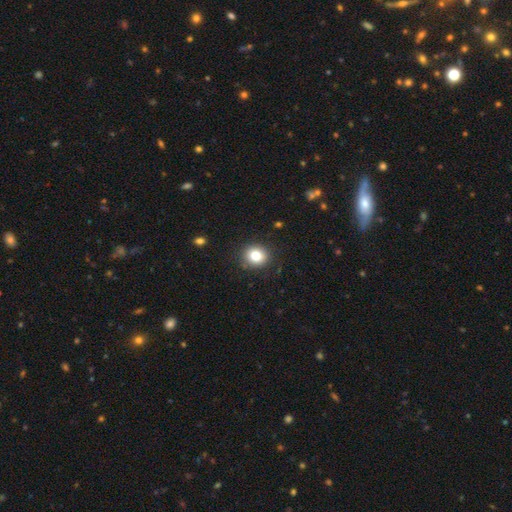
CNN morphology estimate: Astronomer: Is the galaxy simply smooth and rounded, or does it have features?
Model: smooth — 81%.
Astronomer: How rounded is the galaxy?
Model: round — 80%.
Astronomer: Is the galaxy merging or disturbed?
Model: none — 88%.